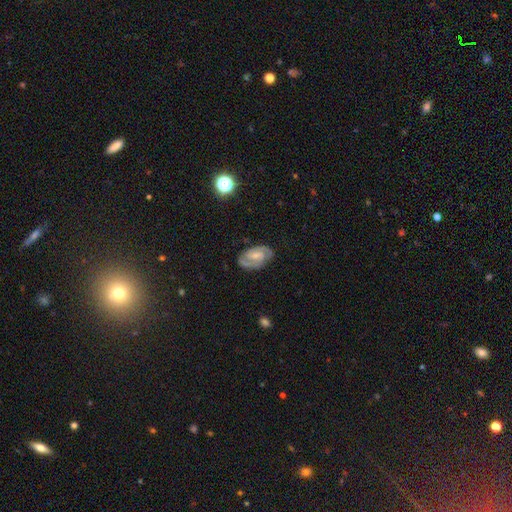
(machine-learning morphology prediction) Smooth or featured? Predicted: featured or disk (p=0.82). Edge-on disk? Predicted: no (p=0.97). Bar? Predicted: weak (p=0.48). Spiral arms? Predicted: yes (p=0.96). Spiral winding? Predicted: tight (p=0.46). Spiral arm count? Predicted: 2 (p=0.88). Bulge size? Predicted: small (p=0.49). Merging? Predicted: none (p=0.81).